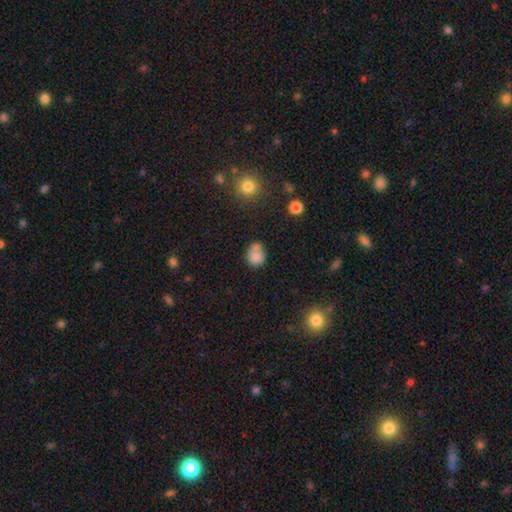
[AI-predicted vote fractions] The model was most divided on "merging": none: 43%, merger: 33%, minor disturbance: 17%, major disturbance: 7%. More confident: smooth or featured — smooth (78%); how rounded — round (69%).